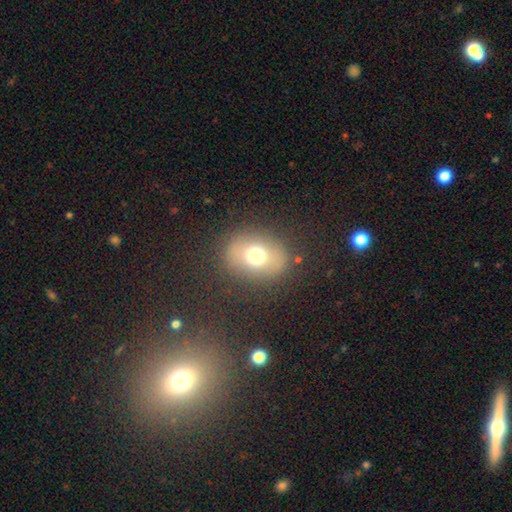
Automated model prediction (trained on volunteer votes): Smooth or featured? Predicted: smooth (p=0.67). How rounded? Predicted: round (p=0.51). Merging? Predicted: none (p=0.82).